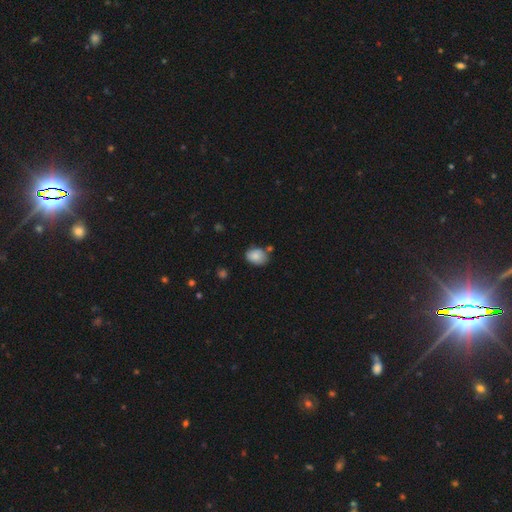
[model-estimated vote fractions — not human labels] Overall: smooth (85%). How rounded: in between (64%; round 35%). Merging: none (65%).